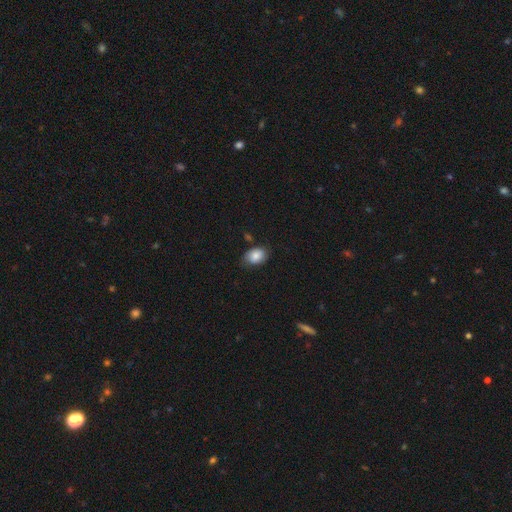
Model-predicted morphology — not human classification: smooth 82%, featured or disk 10%, star or artifact 8%. Down the decision tree: how rounded — in between (75%); merging — none (72%).